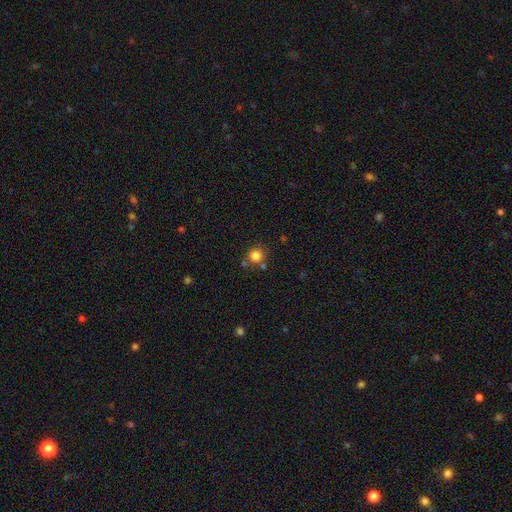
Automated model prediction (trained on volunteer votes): A smooth galaxy with no disk features (82%) that is round (91%). Merging: none (73%).